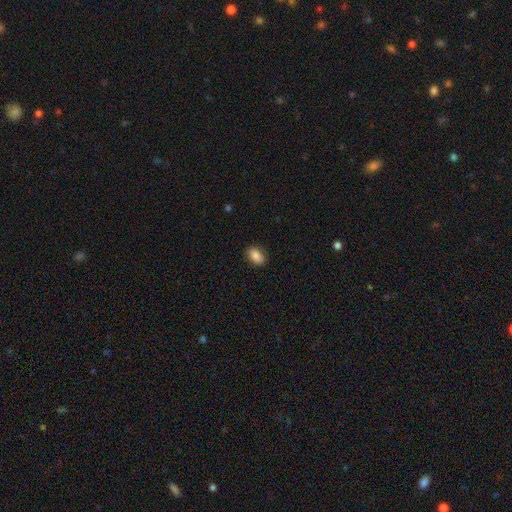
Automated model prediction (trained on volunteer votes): A smooth galaxy with no disk features (85%) that is in between round and cigar-shaped (88%). Merging: none (87%).